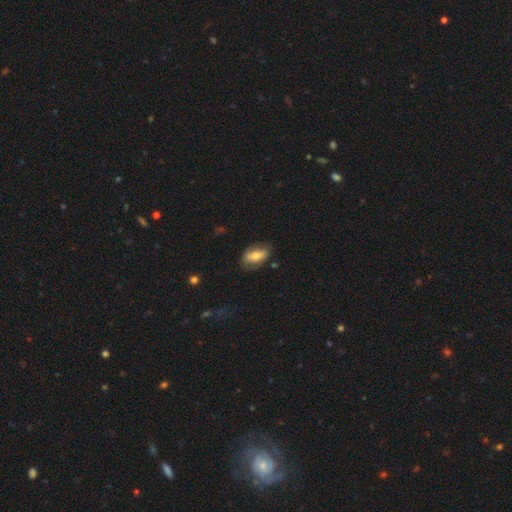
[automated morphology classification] Smooth or featured: smooth — 67% (featured or disk — 26%)
How rounded: in between — 88% (cigar-shaped — 7%)
Merging: none — 72% (minor disturbance — 20%)